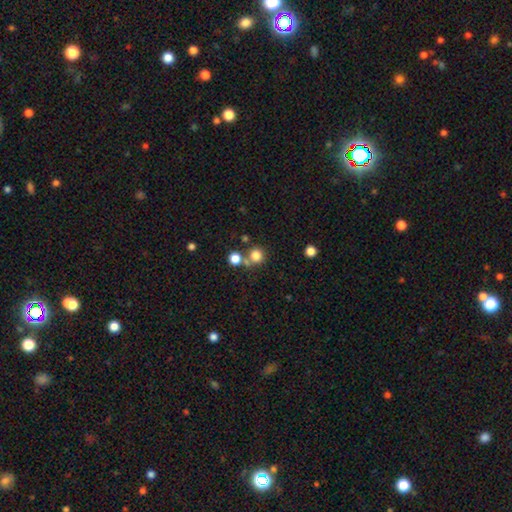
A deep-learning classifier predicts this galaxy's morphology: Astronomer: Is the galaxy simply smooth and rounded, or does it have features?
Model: smooth — 79%.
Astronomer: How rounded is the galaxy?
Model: round — 90%.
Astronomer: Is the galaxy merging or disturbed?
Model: none — 64%.